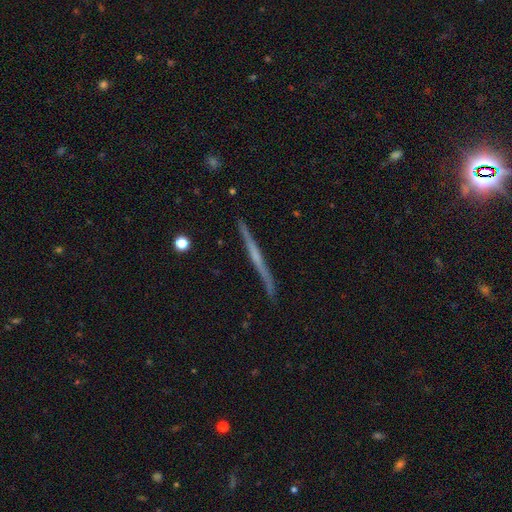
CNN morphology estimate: smooth-or-featured: featured or disk: 69% | smooth: 25% | star or artifact: 6%
  disk-edge-on: yes: 98% | no: 2%
    edge-on-bulge: none: 65% | rounded: 27% | boxy: 8%
  merging: none: 90% | minor disturbance: 7% | major disturbance: 1% | merger: 1%